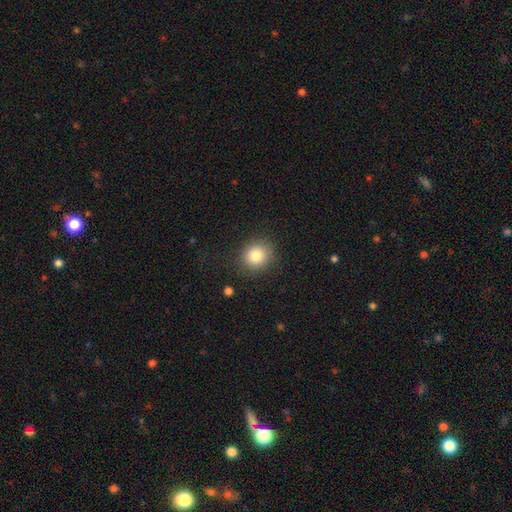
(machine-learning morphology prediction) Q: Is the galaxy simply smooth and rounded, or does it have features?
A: smooth — 82%.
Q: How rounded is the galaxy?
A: round — 85%.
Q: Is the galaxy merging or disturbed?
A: none — 86%.